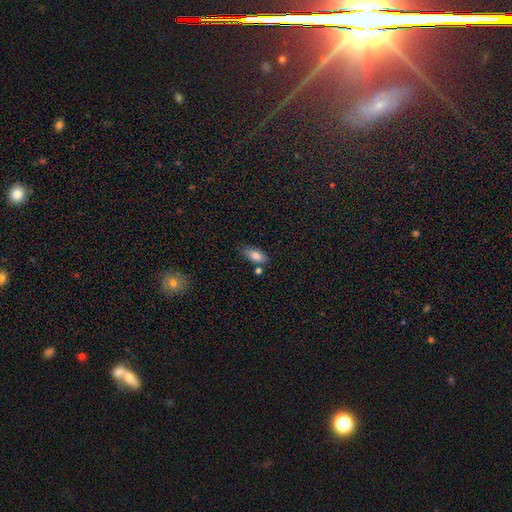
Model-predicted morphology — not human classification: Smooth or featured? Predicted: smooth (p=0.81). How rounded? Predicted: in between (p=0.84). Merging? Predicted: none (p=0.70).